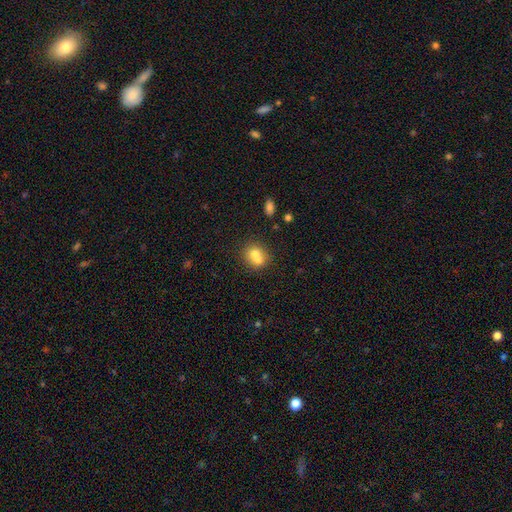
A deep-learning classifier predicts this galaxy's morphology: Smooth or featured: smooth — 69% (featured or disk — 20%)
How rounded: round — 66% (in between — 33%)
Merging: merger — 56% (none — 33%)